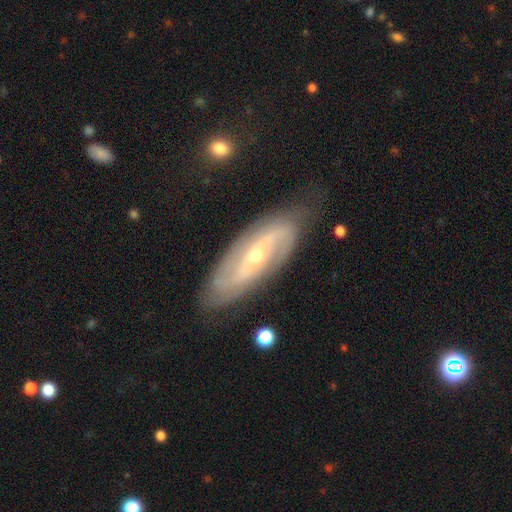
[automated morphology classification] A featured or disk galaxy (84%) with a weak bar (36%), 2 (75%) medium (39%) spiral arms (91%) and a small central bulge (59%).

Vote fractions:
- Smooth or featured? featured or disk: 84% / smooth: 11% / star or artifact: 6%
- Edge-on disk? no: 88% / yes: 12%
- Bar? weak: 36% / strong: 32% / no: 32%
- Spiral arms? yes: 91% / no: 9%
- Spiral winding? medium: 39% / tight: 34% / loose: 27%
- Spiral arm count? 2: 75% / can't tell: 15% / 3: 4% / 1: 2% / 4: 2% / more than 4: 2%
- Bulge size? small: 59% / moderate: 38% / large: 1% / none: 1% / dominant: 1%
- Merging? none: 77% / minor disturbance: 17% / major disturbance: 5% / merger: 1%